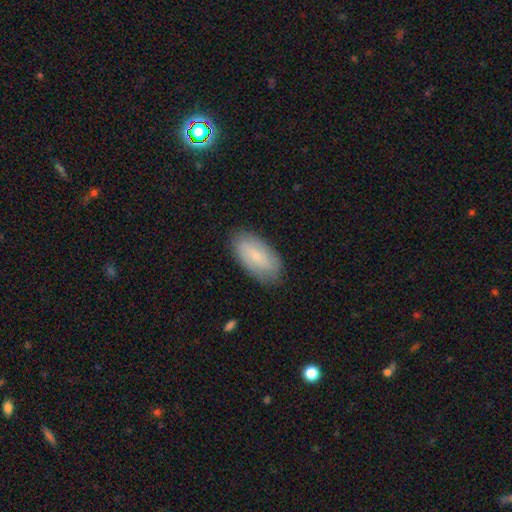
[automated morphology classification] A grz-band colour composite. It shows a smooth galaxy with no disk features (62%) that is in between round and cigar-shaped (92%). Merging: none (83%).